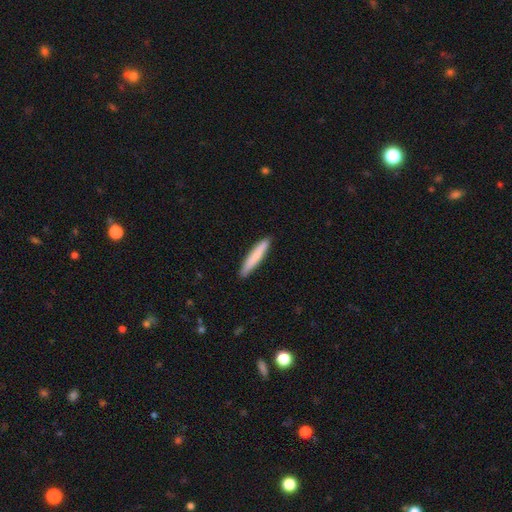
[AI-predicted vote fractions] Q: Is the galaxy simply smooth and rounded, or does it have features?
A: smooth — 80%.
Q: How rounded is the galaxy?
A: cigar-shaped — 93%.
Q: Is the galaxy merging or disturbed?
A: none — 90%.